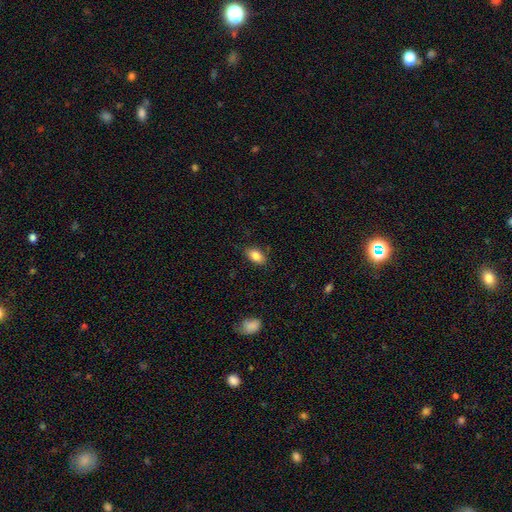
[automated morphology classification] Overall: smooth (85%). How rounded: in between (90%). Merging: none (83%).